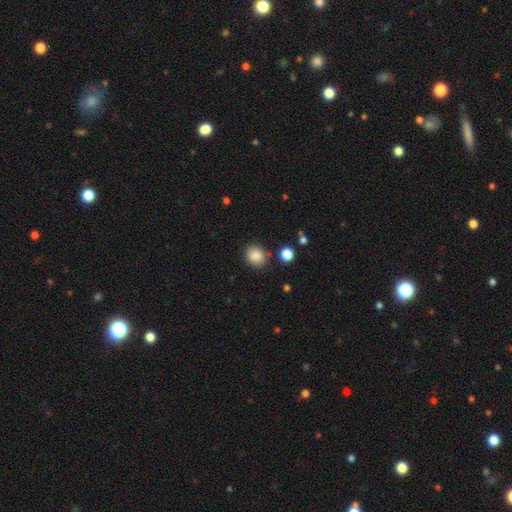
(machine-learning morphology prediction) smooth 87%, star or artifact 9%, featured or disk 4%. Down the decision tree: how rounded — round (78%); merging — none (83%).